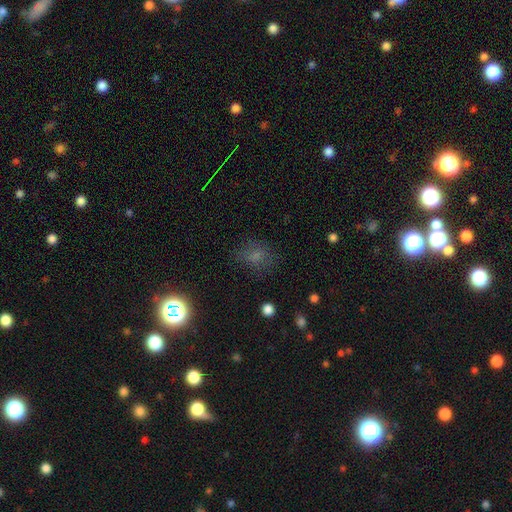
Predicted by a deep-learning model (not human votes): This is likely a smooth galaxy (61%). How rounded: possibly round (51%). Merging: likely none (70%).